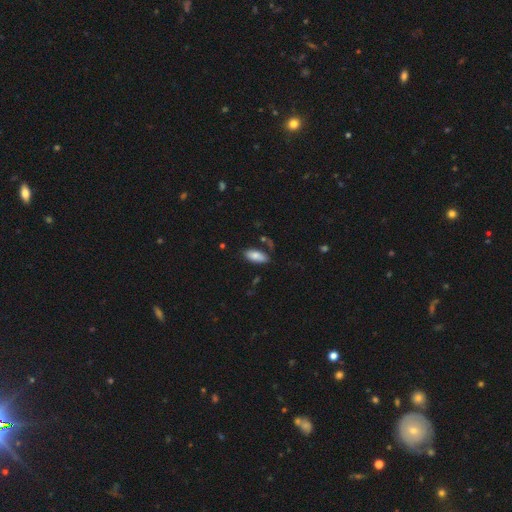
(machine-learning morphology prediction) Smooth or featured? smooth (82%)
How rounded? in between (87%)
Merging? none (75%)